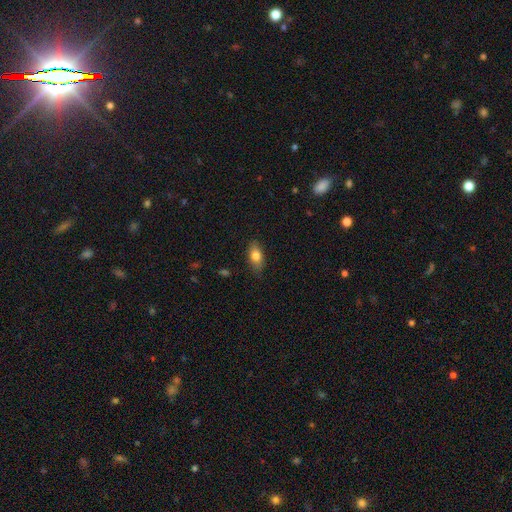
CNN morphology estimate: The model was most divided on "smooth or featured": smooth: 79%, featured or disk: 13%, star or artifact: 8%. More confident: how rounded — in between (85%); merging — none (83%).